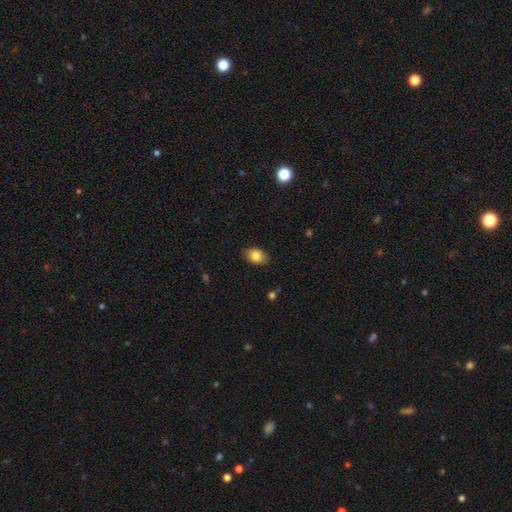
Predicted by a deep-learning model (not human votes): A smooth galaxy with no disk features (84%) that is in between round and cigar-shaped (83%). Merging: none (86%).